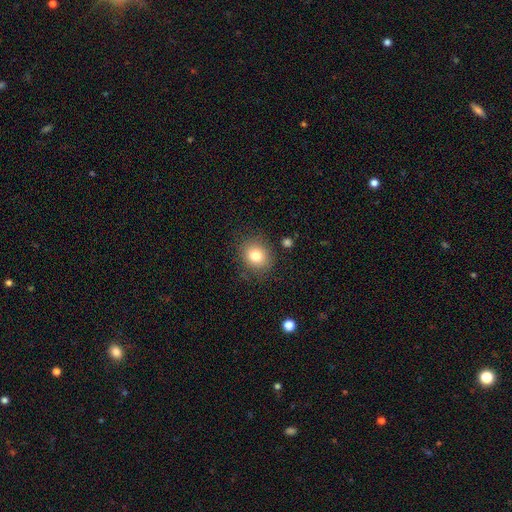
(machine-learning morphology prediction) The model was most divided on "how rounded": round: 74%, in between: 25%, cigar-shaped: 1%. More confident: merging — none (84%); smooth or featured — smooth (80%).